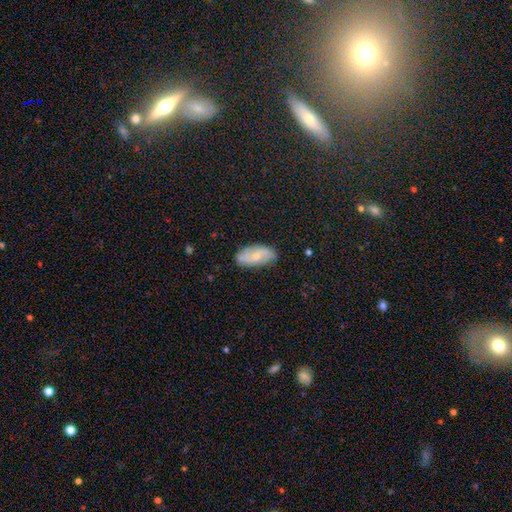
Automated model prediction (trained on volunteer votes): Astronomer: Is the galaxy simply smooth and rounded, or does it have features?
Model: featured or disk — 53% (runner-up: smooth, 40%).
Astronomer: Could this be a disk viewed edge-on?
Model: no — 93%.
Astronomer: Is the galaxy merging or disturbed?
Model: none — 79%.